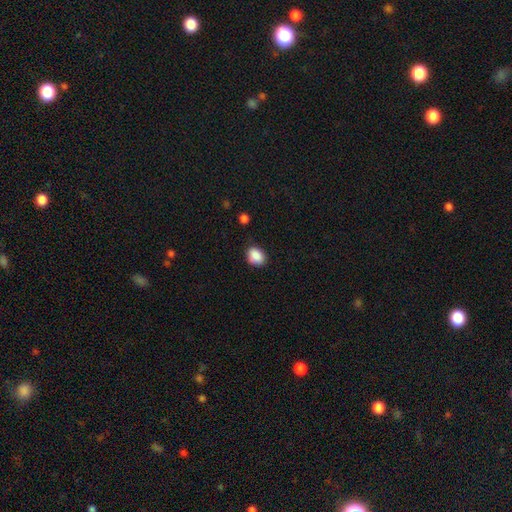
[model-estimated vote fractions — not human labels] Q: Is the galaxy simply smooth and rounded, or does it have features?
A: smooth — 88%.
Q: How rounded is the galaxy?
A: in between — 58%.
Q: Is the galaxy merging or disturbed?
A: none — 80%.